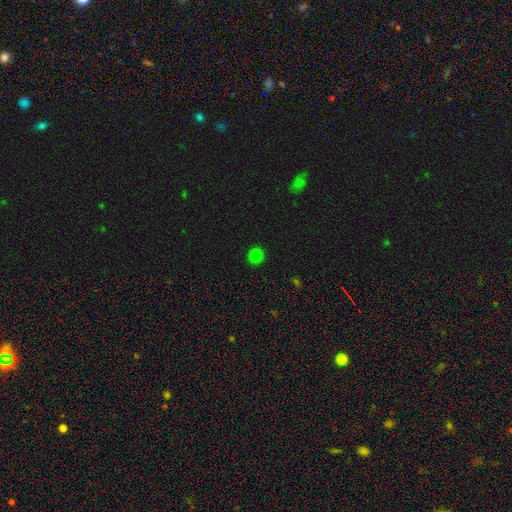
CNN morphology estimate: This appears to be a smooth galaxy with no disk features (80%) that is round (90%). Merging: none (93%).